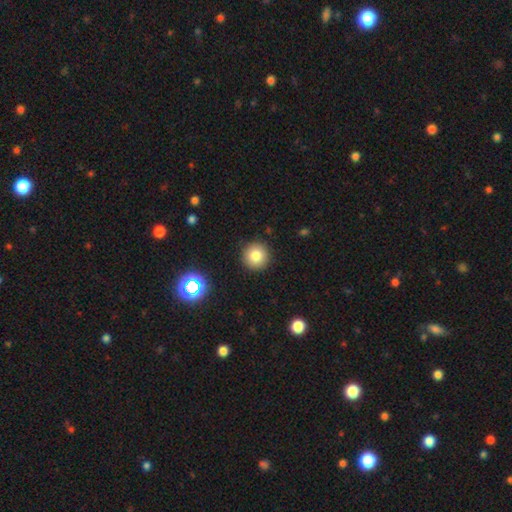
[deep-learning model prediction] A smooth galaxy with no disk features (80%) that is round (95%).

Vote fractions:
- Smooth or featured? smooth: 80% / star or artifact: 12% / featured or disk: 8%
- How rounded? round: 95% / in between: 4% / cigar-shaped: 1%
- Merging? none: 91% / minor disturbance: 6% / major disturbance: 2% / merger: 1%